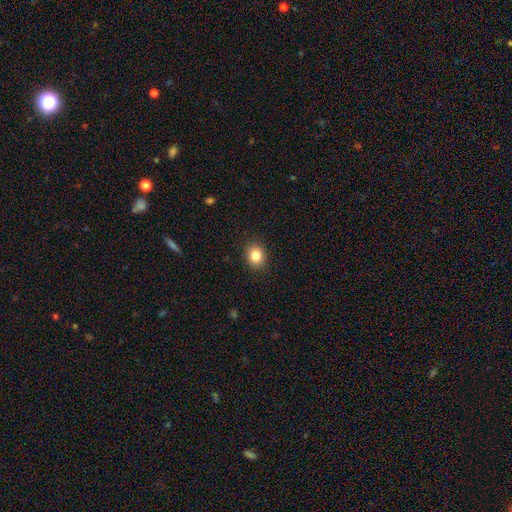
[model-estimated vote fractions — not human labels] Smooth or featured? smooth (84%)
How rounded? round (58%)
Merging? none (90%)